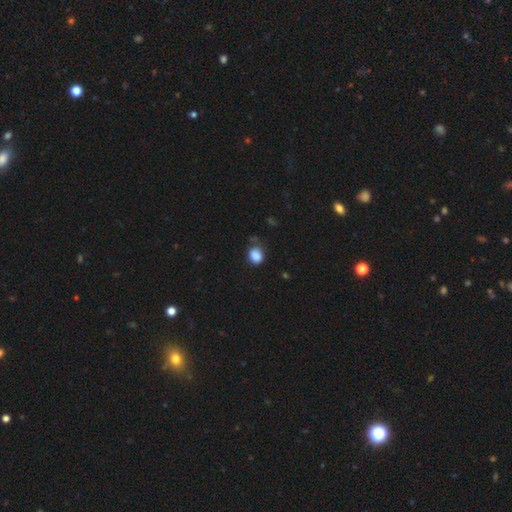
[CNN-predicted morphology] Smooth or featured?
  - smooth: 86% *
  - star or artifact: 10%
  - featured or disk: 4%
How rounded?
  - round: 55% *
  - in between: 44%
  - cigar-shaped: 1%
Merging?
  - none: 61% *
  - minor disturbance: 27%
  - major disturbance: 8%
  - merger: 4%